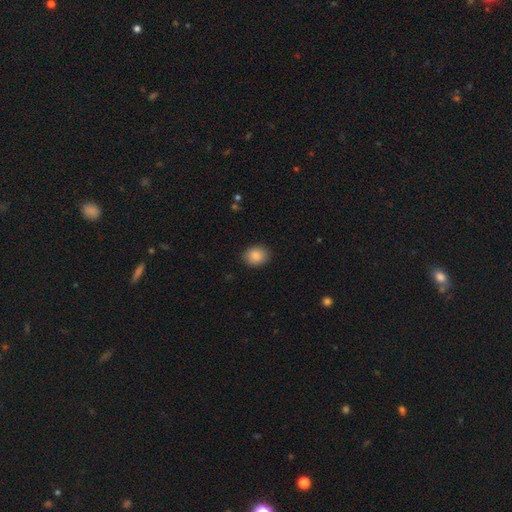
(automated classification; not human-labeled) smooth_or_featured: smooth (p=0.87) [alt: star or artifact p=0.08]
how_rounded: round (p=0.55) [alt: in between p=0.44]
merging: none (p=0.89) [alt: minor disturbance p=0.08]